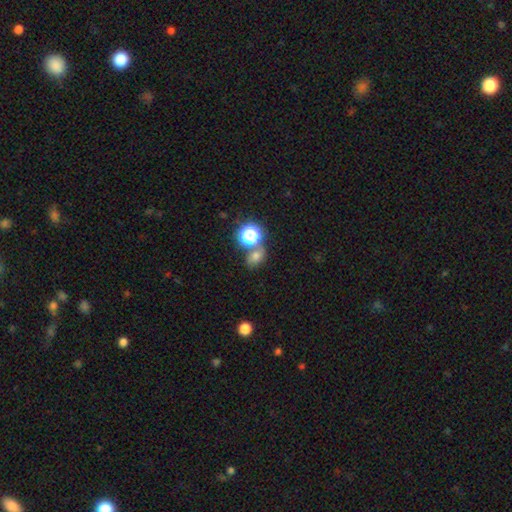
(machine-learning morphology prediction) Overall: smooth (66%). How rounded: round (50%; in between 49%). Merging: none (60%; merger 24%).